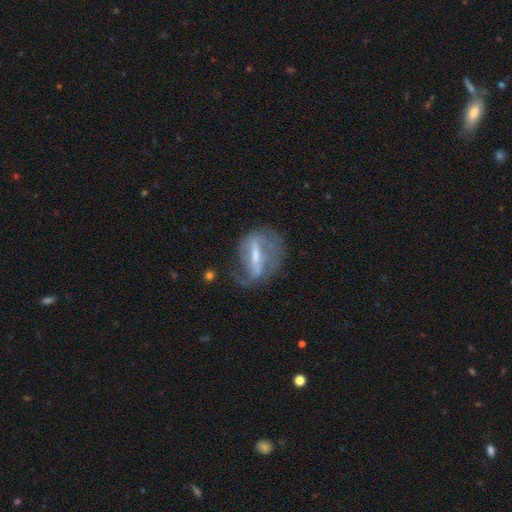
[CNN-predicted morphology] Smooth or featured: featured or disk — 72% (smooth — 20%)
Edge-on disk: no — 86% (yes — 14%)
Bar: strong — 62% (weak — 28%)
Spiral arms: yes — 65% (no — 35%)
Bulge size: small — 41% (moderate — 40%)
Merging: none — 53% (minor disturbance — 23%)